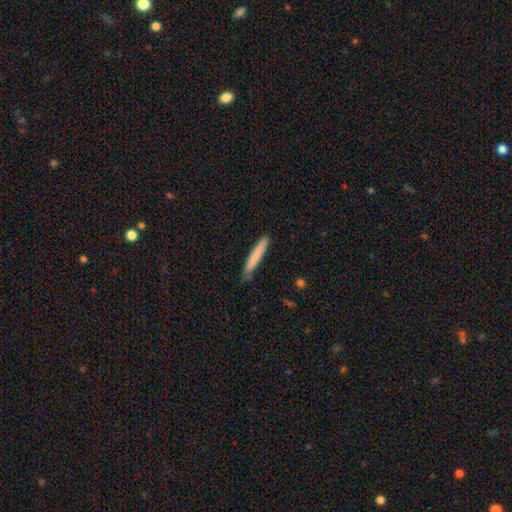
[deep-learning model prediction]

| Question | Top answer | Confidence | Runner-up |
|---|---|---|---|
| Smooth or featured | smooth | 80% | featured or disk (14%) |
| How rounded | cigar-shaped | 94% | in between (4%) |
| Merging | none | 81% | minor disturbance (15%) |